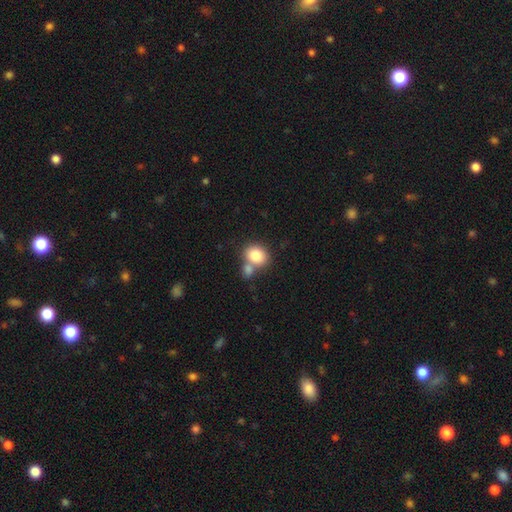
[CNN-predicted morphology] The model was most divided on "merging": none: 45%, merger: 41%, minor disturbance: 10%, major disturbance: 4%. More confident: smooth or featured — smooth (82%); how rounded — round (56%).